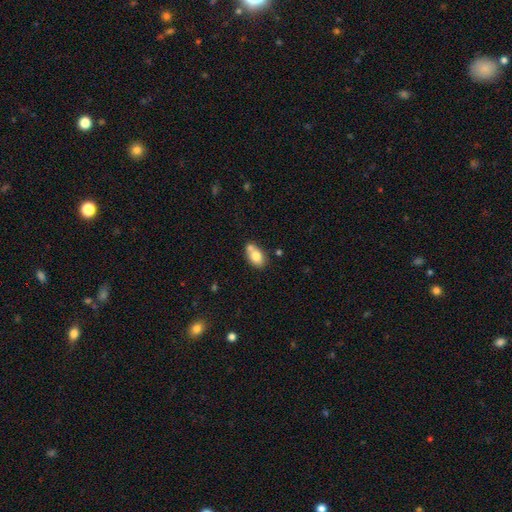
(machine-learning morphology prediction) type=smooth (75%); roundness=in between (82%); merging=none (44%).